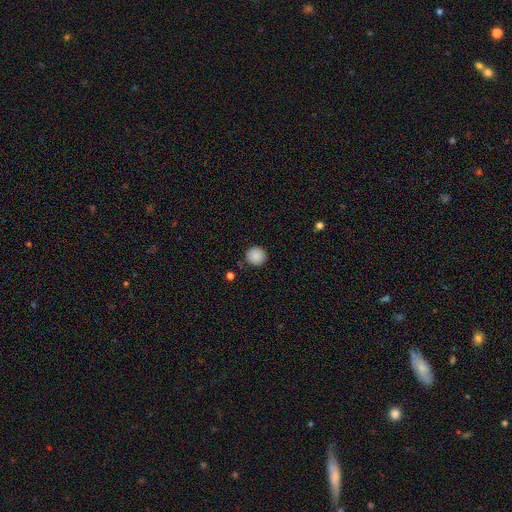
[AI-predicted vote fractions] smooth_or_featured: smooth (p=0.88) [alt: star or artifact p=0.09]
how_rounded: round (p=0.93) [alt: in between p=0.06]
merging: none (p=0.87) [alt: minor disturbance p=0.09]